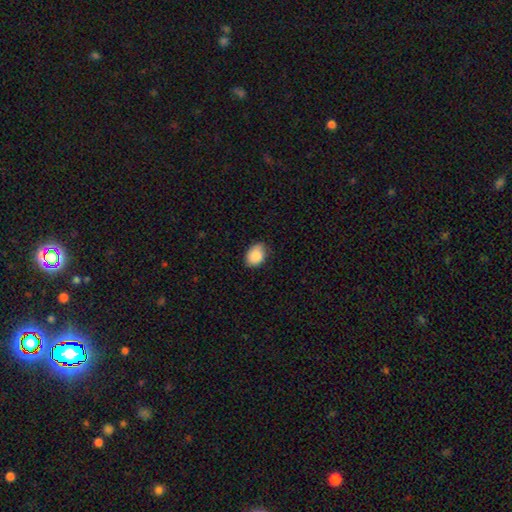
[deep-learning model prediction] Overall: smooth (88%). How rounded: in between (67%; round 32%). Merging: none (72%).